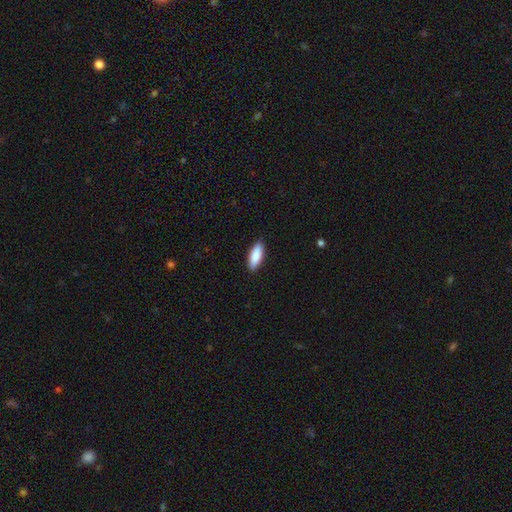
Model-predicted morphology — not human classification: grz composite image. It shows a smooth galaxy with no disk features (88%) that is in between round and cigar-shaped (69%). Merging: none (89%).